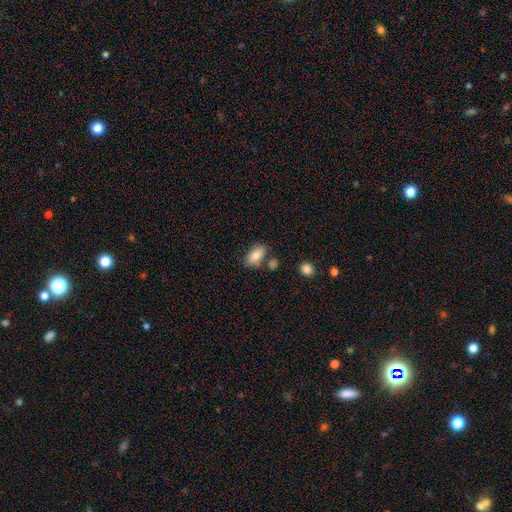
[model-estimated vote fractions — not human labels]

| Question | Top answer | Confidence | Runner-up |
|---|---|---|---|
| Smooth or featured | smooth | 80% | featured or disk (13%) |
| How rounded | in between | 90% | round (7%) |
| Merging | none | 69% | minor disturbance (15%) |